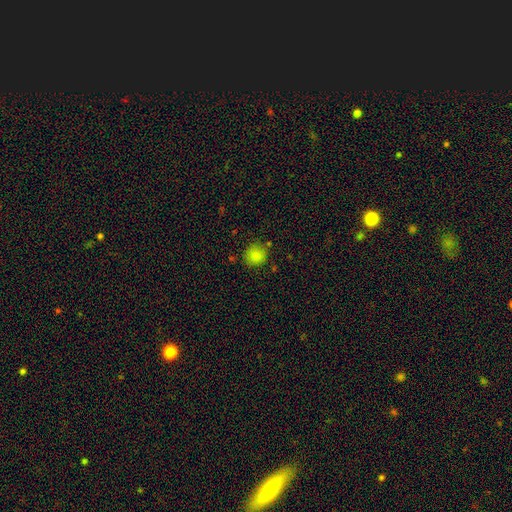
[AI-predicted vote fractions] This appears to be a smooth galaxy with no disk features (84%) that is round (87%). Merging: none (81%).